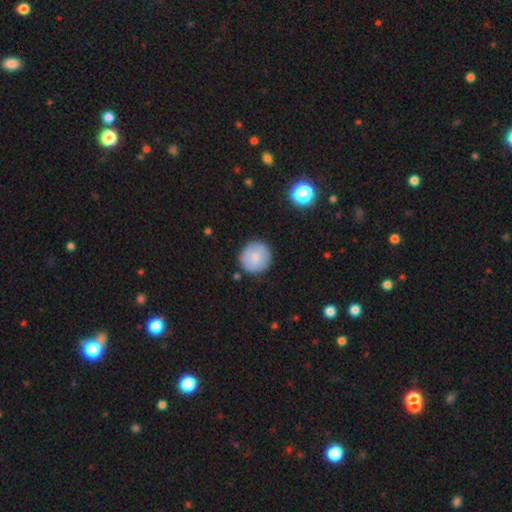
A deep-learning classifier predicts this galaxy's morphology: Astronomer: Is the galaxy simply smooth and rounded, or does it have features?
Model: smooth — 72%.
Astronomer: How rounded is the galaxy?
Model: round — 95%.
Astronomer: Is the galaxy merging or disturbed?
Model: none — 86%.